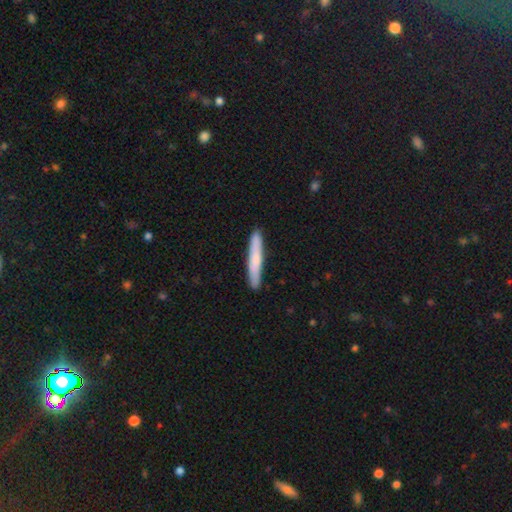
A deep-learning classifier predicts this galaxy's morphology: smooth_or_featured: smooth (p=0.72) [alt: featured or disk p=0.23]
how_rounded: cigar-shaped (p=0.95) [alt: in between p=0.04]
merging: none (p=0.90) [alt: minor disturbance p=0.07]